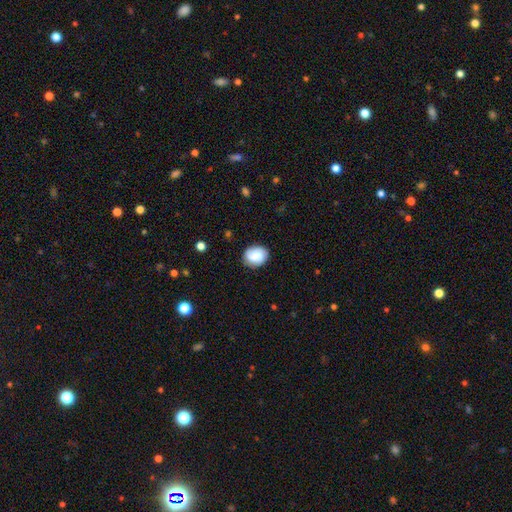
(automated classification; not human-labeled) The model was most divided on "how rounded": round: 52%, in between: 47%, cigar-shaped: 1%. More confident: smooth or featured — smooth (81%); merging — none (80%).